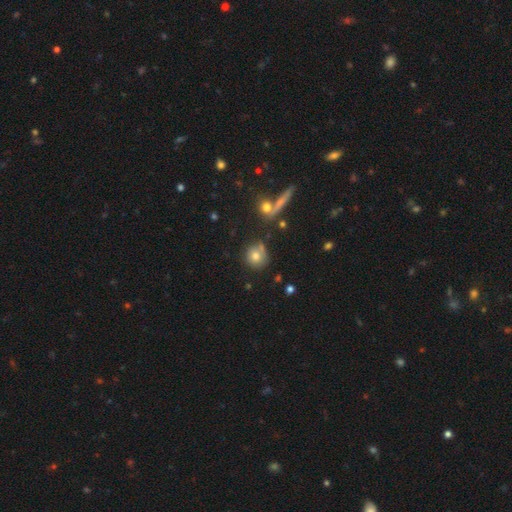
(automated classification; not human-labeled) Morphology: type=smooth (75%); roundness=round (88%); merging=none (67%).